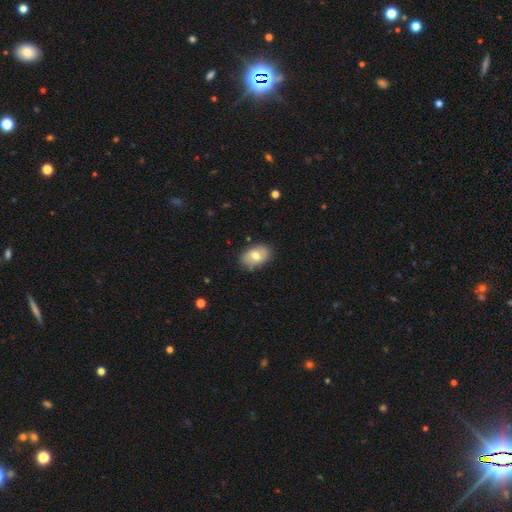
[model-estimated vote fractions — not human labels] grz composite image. It shows a smooth galaxy with no disk features (66%) that is in between round and cigar-shaped (86%). Merging: none (81%).